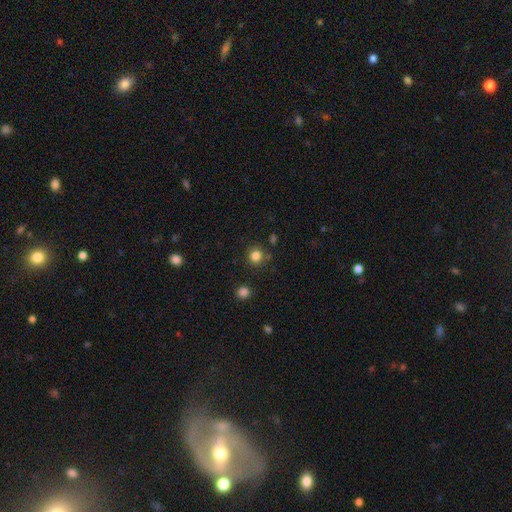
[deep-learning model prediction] Smooth or featured? Predicted: smooth (p=0.82). How rounded? Predicted: round (p=0.87). Merging? Predicted: none (p=0.83).